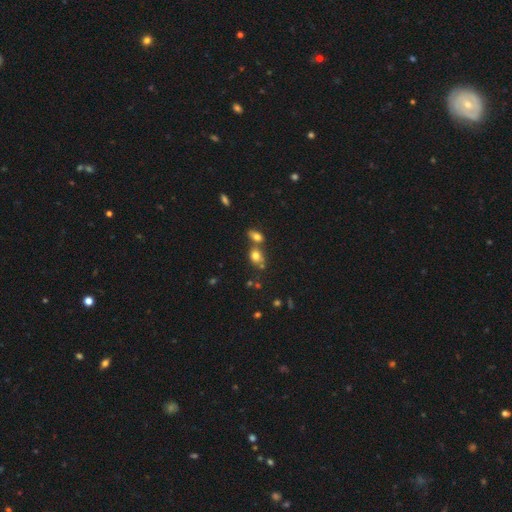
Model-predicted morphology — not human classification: Smooth or featured? Predicted: smooth (p=0.75). How rounded? Predicted: in between (p=0.49). Merging? Predicted: merger (p=0.44).